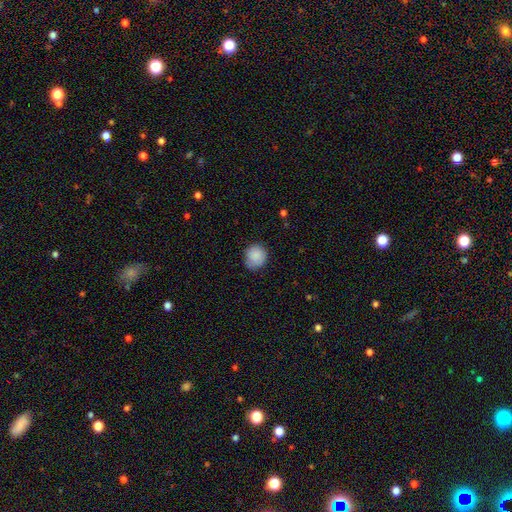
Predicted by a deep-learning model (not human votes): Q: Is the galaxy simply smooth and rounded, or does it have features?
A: smooth — 87%.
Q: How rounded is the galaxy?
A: round — 80%.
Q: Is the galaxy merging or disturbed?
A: none — 73%.